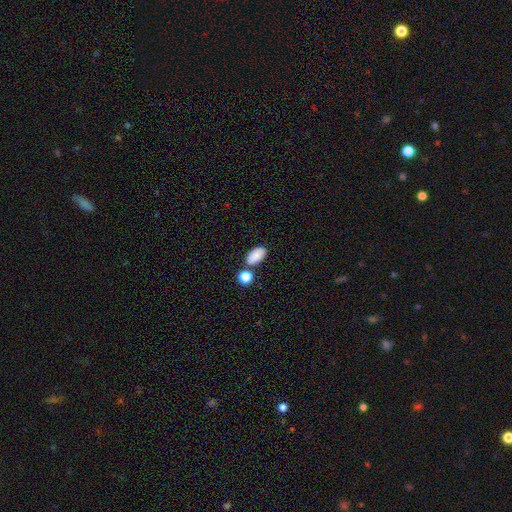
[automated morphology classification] smooth-or-featured: smooth: 87% | star or artifact: 8% | featured or disk: 5%
  how-rounded: in between: 92% | round: 5% | cigar-shaped: 3%
  merging: none: 72% | merger: 12% | minor disturbance: 12% | major disturbance: 4%